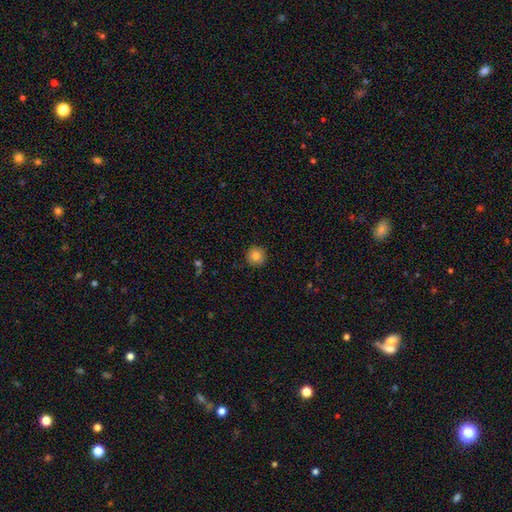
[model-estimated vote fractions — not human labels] This is clearly a smooth galaxy (82%). How rounded: clearly round (95%). Merging: clearly none (91%).